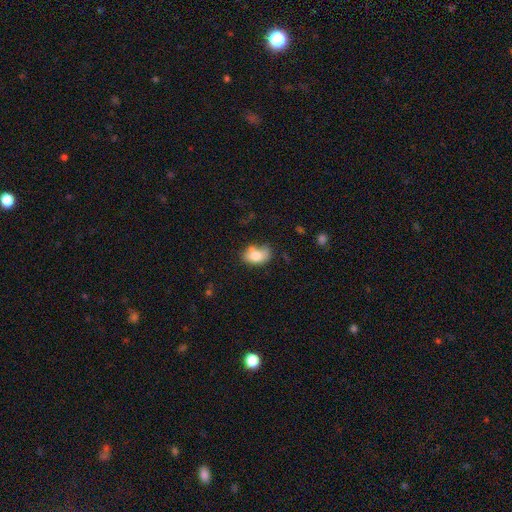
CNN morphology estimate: Smooth or featured?
  - smooth: 77% *
  - featured or disk: 14%
  - star or artifact: 9%
How rounded?
  - in between: 76% *
  - round: 22%
  - cigar-shaped: 1%
Merging?
  - none: 51% *
  - minor disturbance: 31%
  - major disturbance: 10%
  - merger: 9%